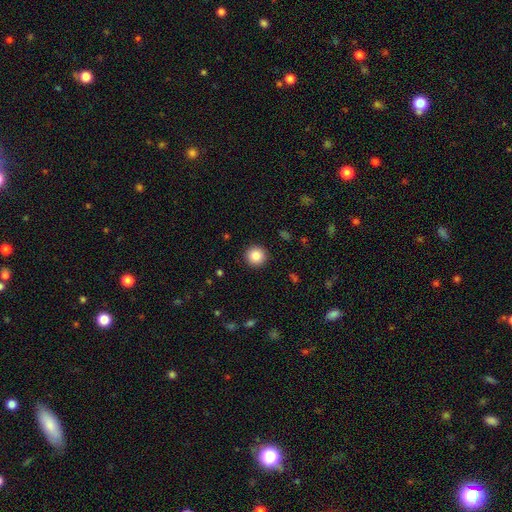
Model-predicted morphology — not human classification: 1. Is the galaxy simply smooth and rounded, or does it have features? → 86% smooth, 10% star or artifact, 5% featured or disk.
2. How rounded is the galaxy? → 95% round, 4% in between, 1% cigar-shaped.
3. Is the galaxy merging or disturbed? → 92% none, 5% minor disturbance, 2% major disturbance, 1% merger.